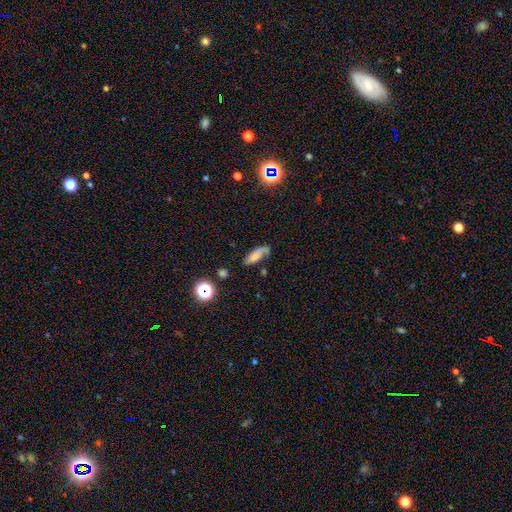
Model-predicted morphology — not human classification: This is possibly a smooth galaxy (60%). How rounded: likely in between (62%). Merging: possibly none (49%).